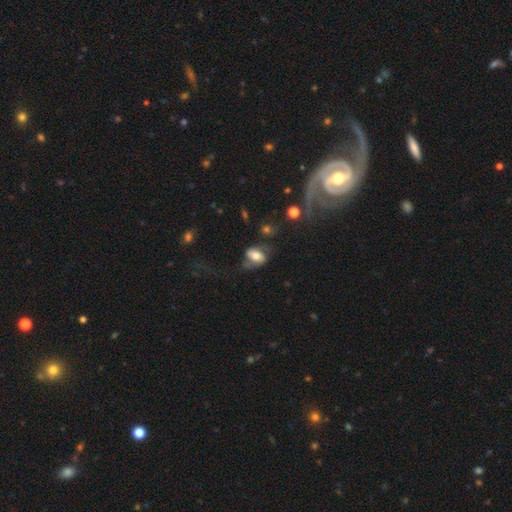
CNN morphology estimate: smooth 49%, featured or disk 43%, star or artifact 9%. Down the decision tree: merging — none (44%).